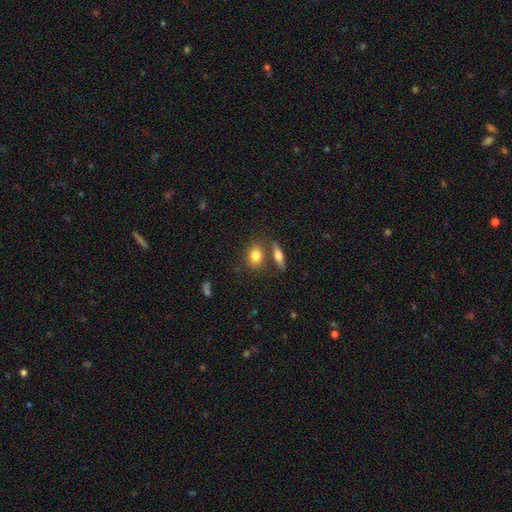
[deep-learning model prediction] The model was most divided on "how rounded": in between: 66%, round: 29%, cigar-shaped: 4%. More confident: smooth or featured — smooth (81%); merging — none (61%).